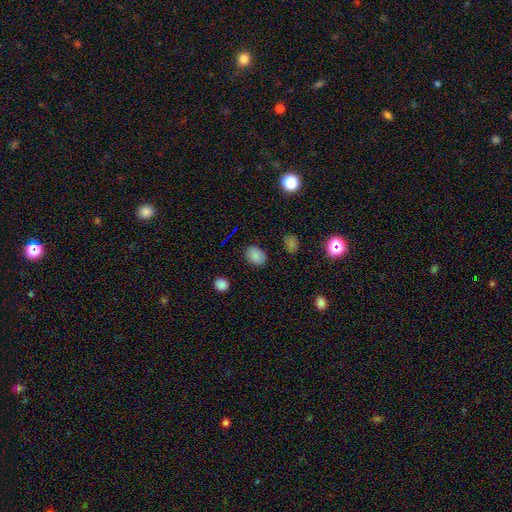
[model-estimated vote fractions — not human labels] smooth-or-featured: smooth: 81% | star or artifact: 13% | featured or disk: 5%
  how-rounded: in between: 73% | round: 26% | cigar-shaped: 1%
  merging: none: 86% | minor disturbance: 10% | major disturbance: 3% | merger: 1%